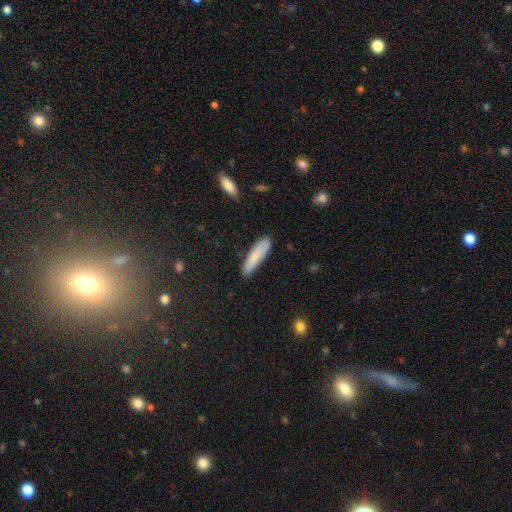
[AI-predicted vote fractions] This appears to be a smooth galaxy with no disk features (80%) that is cigar-shaped (81%). Merging: none (81%).